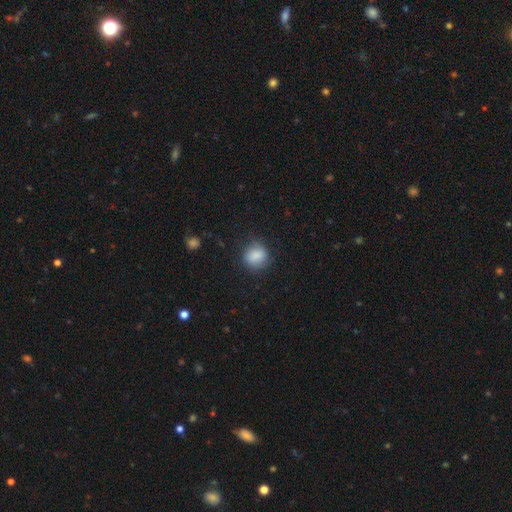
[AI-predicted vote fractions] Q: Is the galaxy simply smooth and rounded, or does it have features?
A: smooth — 85%.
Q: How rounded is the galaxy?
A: round — 76%.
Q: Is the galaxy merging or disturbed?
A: none — 78%.